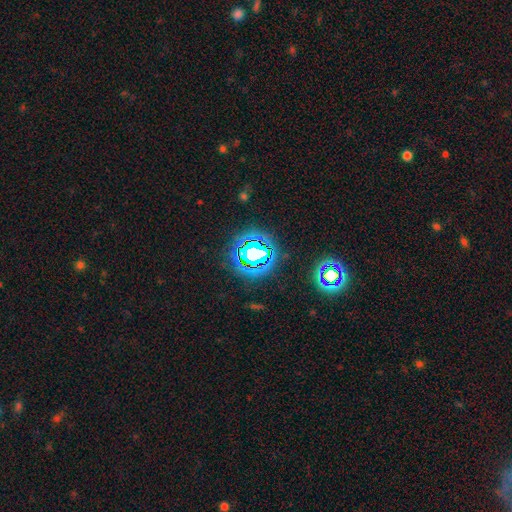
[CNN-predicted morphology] Smooth or featured? Predicted: star or artifact (p=0.77).